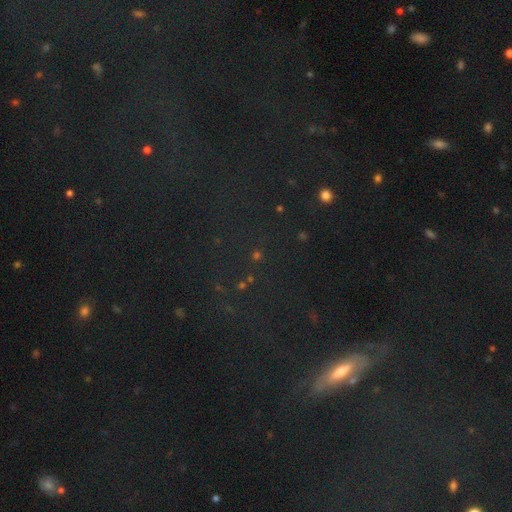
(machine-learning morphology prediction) This is likely a star or artifact rather than a galaxy (61%).